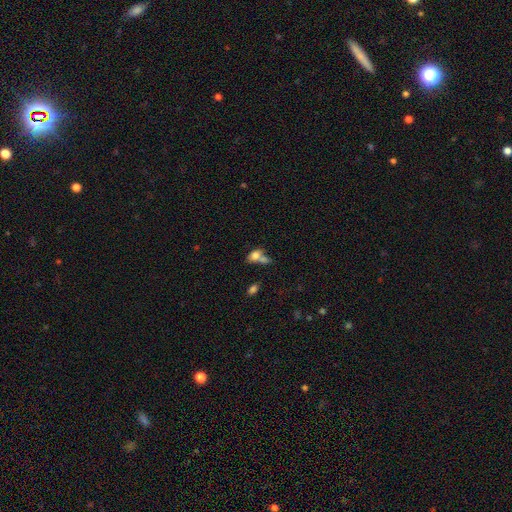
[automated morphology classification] The model was most divided on "merging": merger: 49%, none: 30%, minor disturbance: 13%, major disturbance: 9%. More confident: how rounded — in between (79%); smooth or featured — smooth (74%).